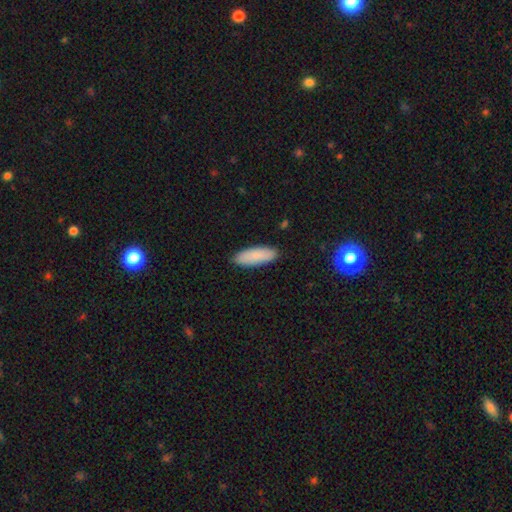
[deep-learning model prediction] smooth_or_featured: smooth (p=0.85) [alt: featured or disk p=0.08]
how_rounded: in between (p=0.62) [alt: cigar-shaped p=0.36]
merging: none (p=0.89) [alt: minor disturbance p=0.09]